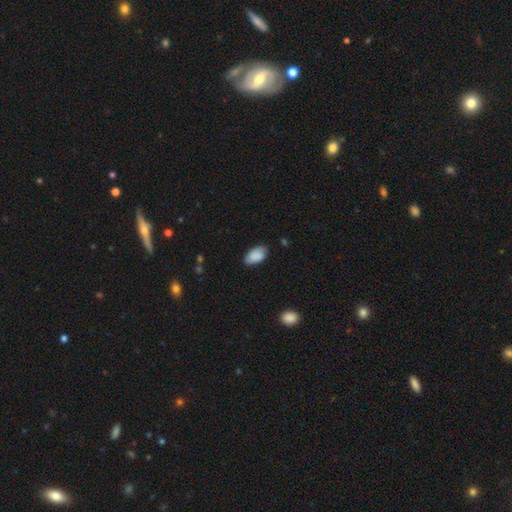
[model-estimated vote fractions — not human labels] Morphology: type=smooth (88%); roundness=in between (94%); merging=none (78%).